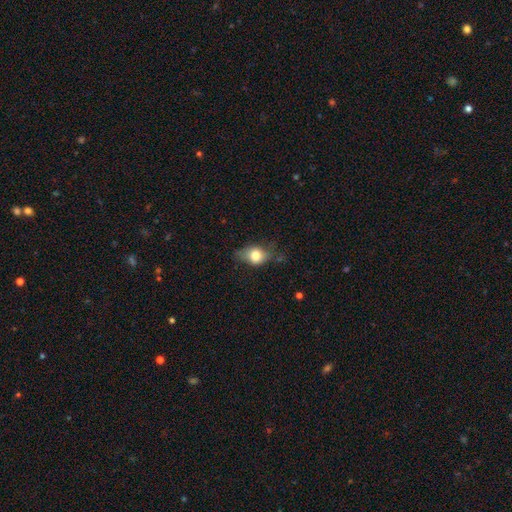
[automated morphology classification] smooth-or-featured: smooth: 71% | featured or disk: 20% | star or artifact: 9%
  how-rounded: in between: 61% | round: 36% | cigar-shaped: 3%
  merging: none: 56% | minor disturbance: 30% | major disturbance: 12% | merger: 2%